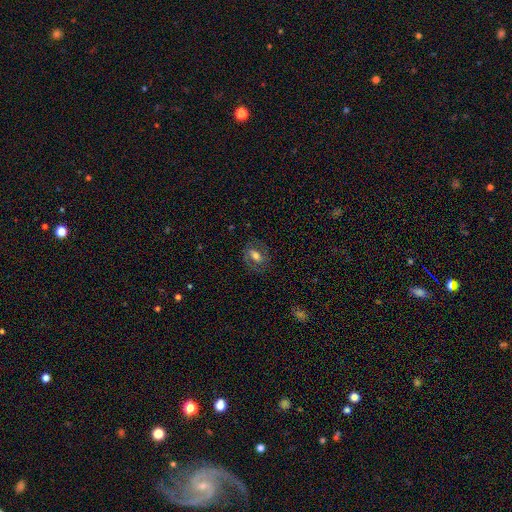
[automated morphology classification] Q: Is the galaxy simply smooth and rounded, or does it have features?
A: featured or disk — 48%.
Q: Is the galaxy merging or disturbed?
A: none — 75%.